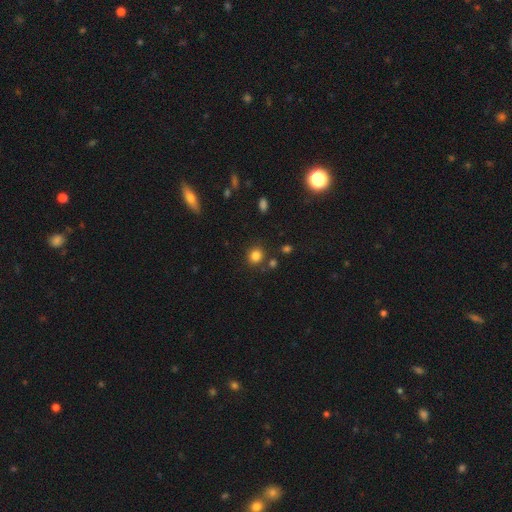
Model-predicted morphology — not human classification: smooth_or_featured: smooth (p=0.83) [alt: star or artifact p=0.12]
how_rounded: round (p=0.84) [alt: in between p=0.15]
merging: none (p=0.82) [alt: minor disturbance p=0.09]